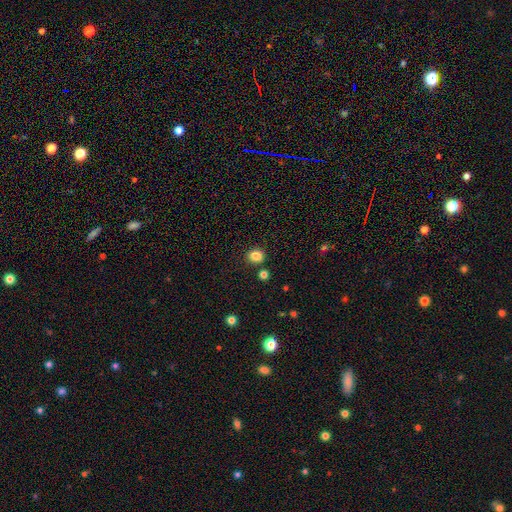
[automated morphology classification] This appears to be a smooth galaxy with no disk features (85%) that is round (64%). Merging: none (81%).